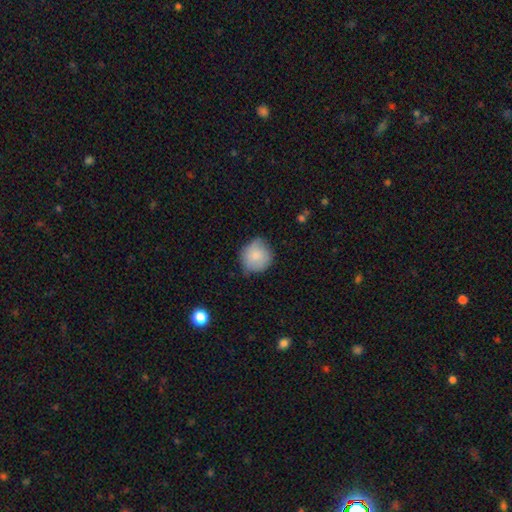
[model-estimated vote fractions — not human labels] smooth 80%, featured or disk 13%, star or artifact 7%. Down the decision tree: how rounded — round (88%); merging — none (62%).